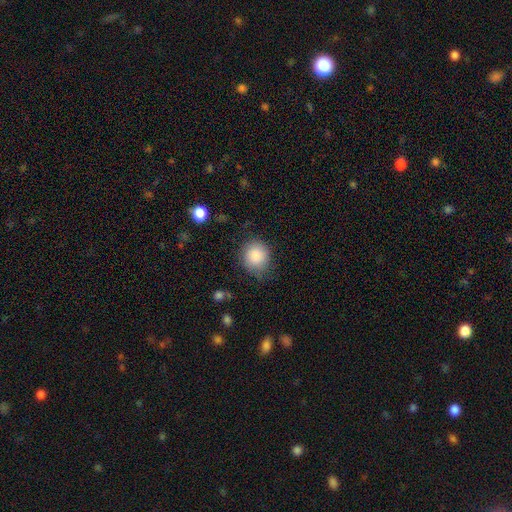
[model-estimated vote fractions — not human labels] Overall: smooth (86%). How rounded: round (81%). Merging: none (72%).